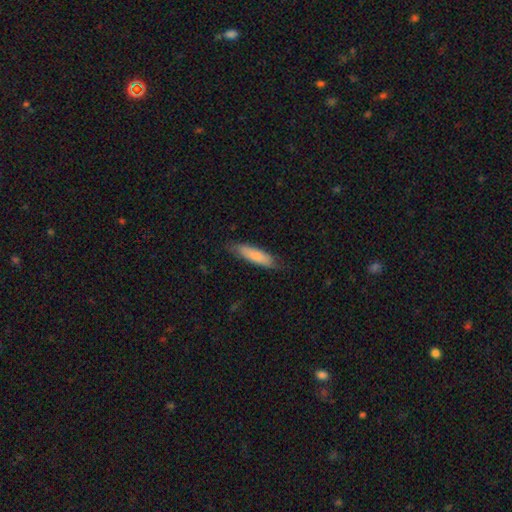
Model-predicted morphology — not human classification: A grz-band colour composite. It shows a smooth galaxy with no disk features (79%) that is cigar-shaped (70%). Merging: none (79%).